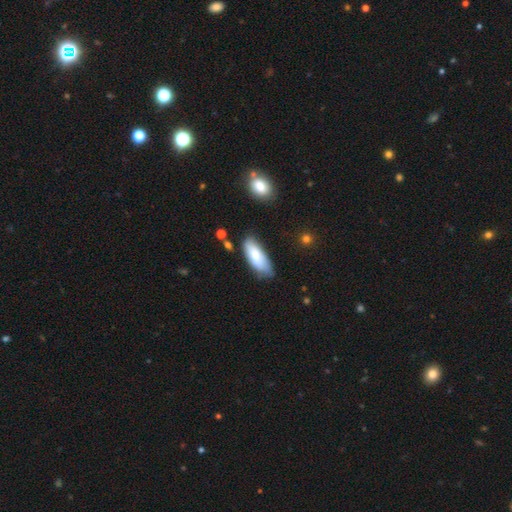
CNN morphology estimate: A smooth galaxy with no disk features (80%) that is in between round and cigar-shaped (73%). Merging: none (70%).